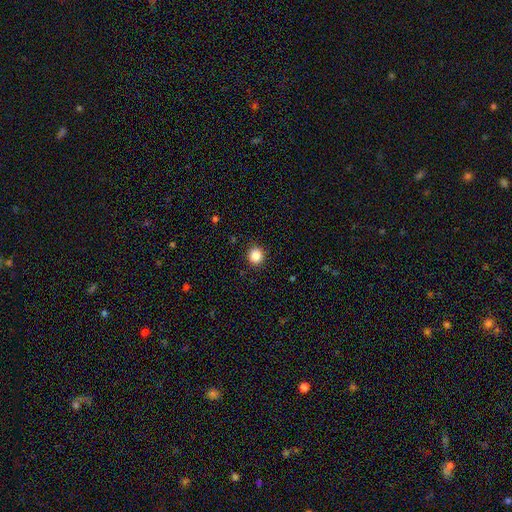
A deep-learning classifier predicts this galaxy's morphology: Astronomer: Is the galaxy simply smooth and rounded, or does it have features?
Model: smooth — 87%.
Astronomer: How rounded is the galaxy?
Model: round — 85%.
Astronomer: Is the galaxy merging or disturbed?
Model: none — 91%.